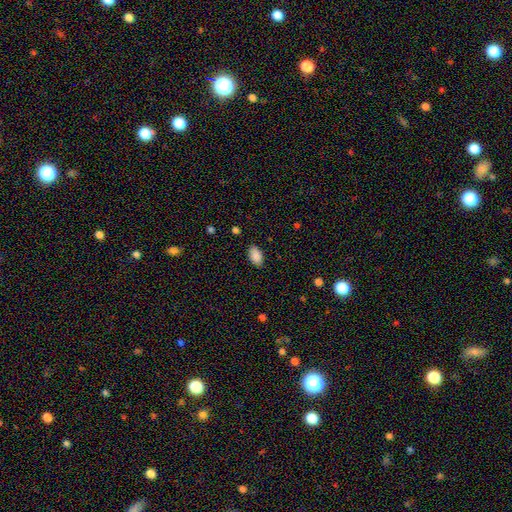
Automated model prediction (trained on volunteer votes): A smooth galaxy with no disk features (89%) that is in between round and cigar-shaped (93%). Merging: none (86%).